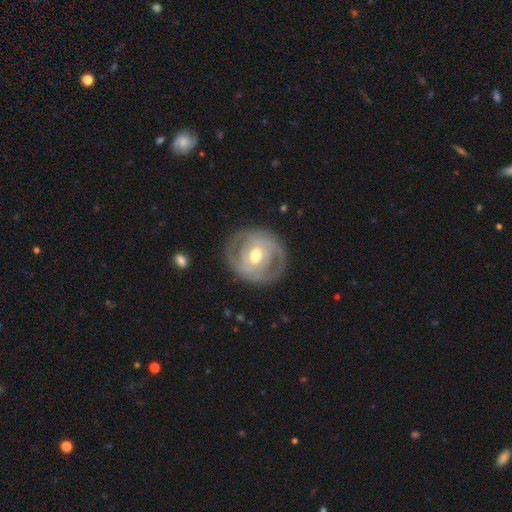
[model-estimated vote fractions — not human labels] Smooth or featured? featured or disk (83%)
Edge-on disk? no (97%)
Bar? no (44%)
Spiral arms? yes (89%)
Spiral winding? tight (68%)
Spiral arm count? 2 (54%)
Bulge size? moderate (73%)
Merging? none (83%)